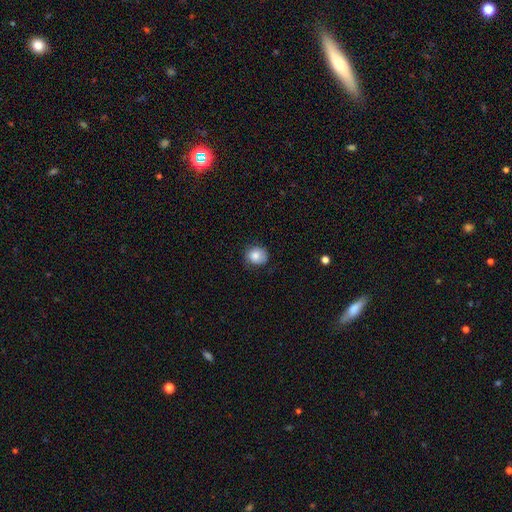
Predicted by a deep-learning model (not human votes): smooth 82%, featured or disk 10%, star or artifact 8%. Down the decision tree: how rounded — round (76%); merging — none (69%).